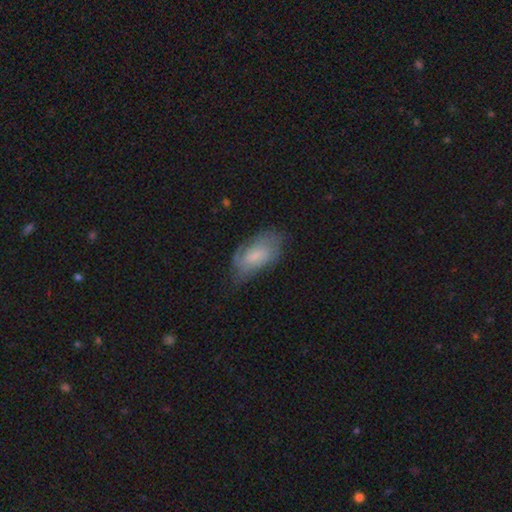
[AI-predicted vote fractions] Smooth or featured: smooth — 49% (featured or disk — 43%)
Merging: none — 54% (minor disturbance — 31%)